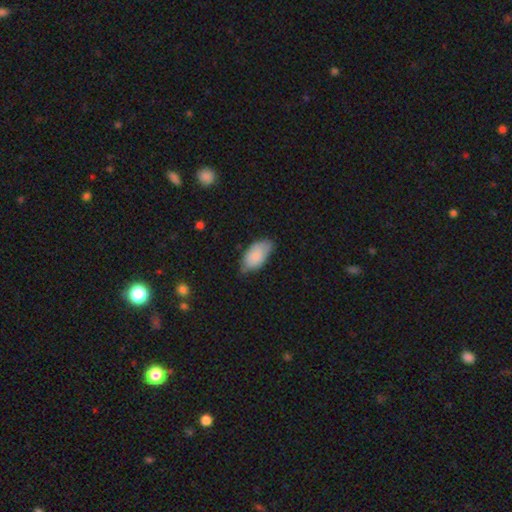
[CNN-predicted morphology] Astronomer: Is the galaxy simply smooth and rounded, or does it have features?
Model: smooth — 83%.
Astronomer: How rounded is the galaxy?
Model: in between — 94%.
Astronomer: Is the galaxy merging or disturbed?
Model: none — 58% (runner-up: minor disturbance, 34%).